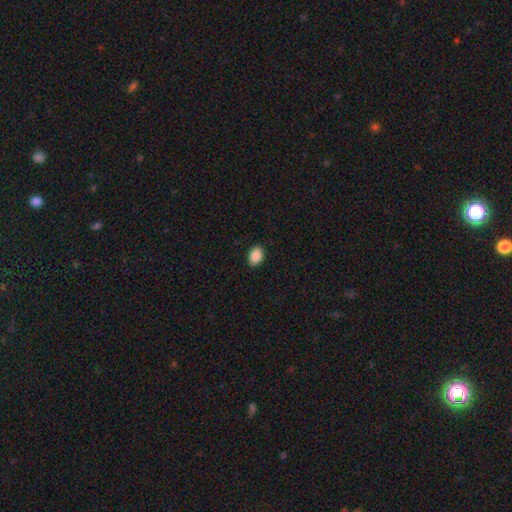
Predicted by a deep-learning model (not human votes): The model was most divided on "how rounded": in between: 86%, round: 13%, cigar-shaped: 1%. More confident: merging — none (90%); smooth or featured — smooth (90%).